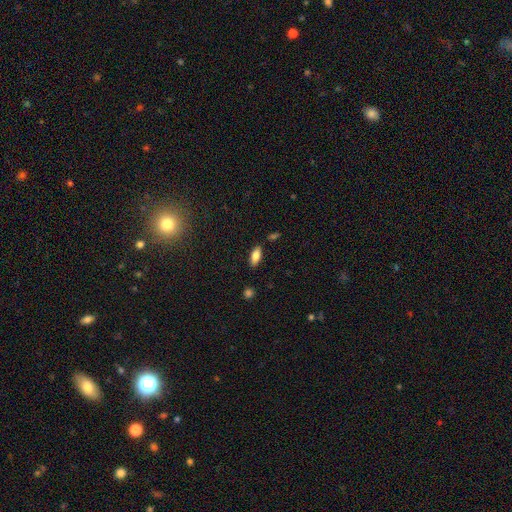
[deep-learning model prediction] A smooth galaxy with no disk features (79%) that is in between round and cigar-shaped (84%). Merging: none (85%).